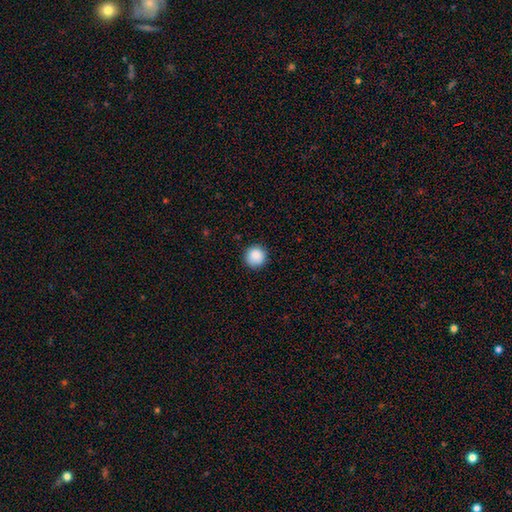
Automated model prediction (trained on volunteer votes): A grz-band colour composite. It shows a smooth galaxy with no disk features (88%) that is round (95%). Merging: none (90%).